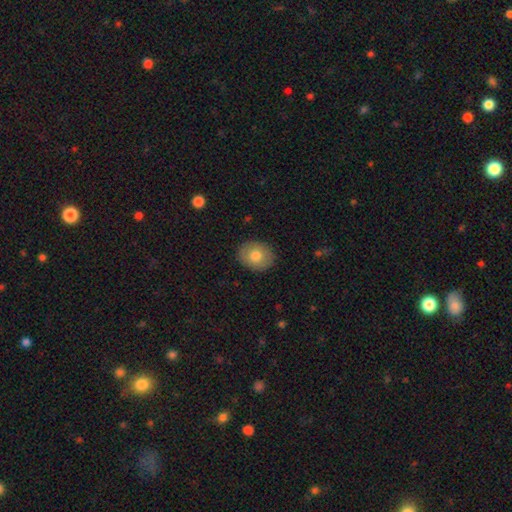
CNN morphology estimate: Smooth or featured: smooth — 76% (featured or disk — 17%)
How rounded: round — 53% (in between — 46%)
Merging: none — 88% (minor disturbance — 9%)